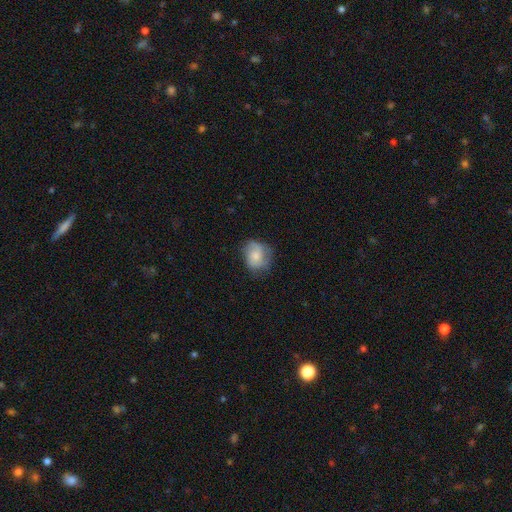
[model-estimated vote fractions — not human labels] smooth-or-featured: smooth: 60% | featured or disk: 32% | star or artifact: 8%
  how-rounded: round: 63% | in between: 35% | cigar-shaped: 1%
  merging: none: 62% | minor disturbance: 26% | major disturbance: 11% | merger: 1%